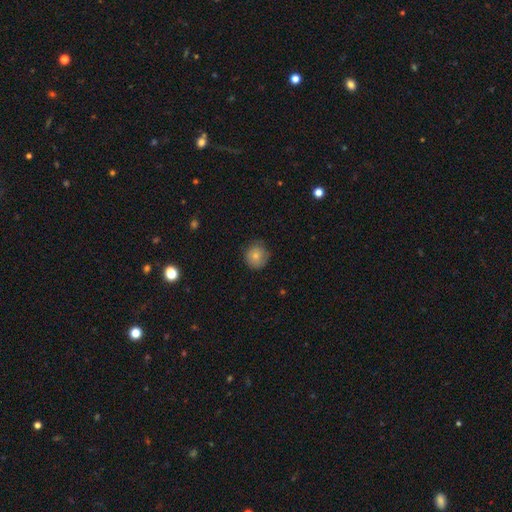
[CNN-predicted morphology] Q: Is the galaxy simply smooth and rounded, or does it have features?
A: smooth — 78%.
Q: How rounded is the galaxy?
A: round — 89%.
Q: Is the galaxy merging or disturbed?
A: none — 79%.